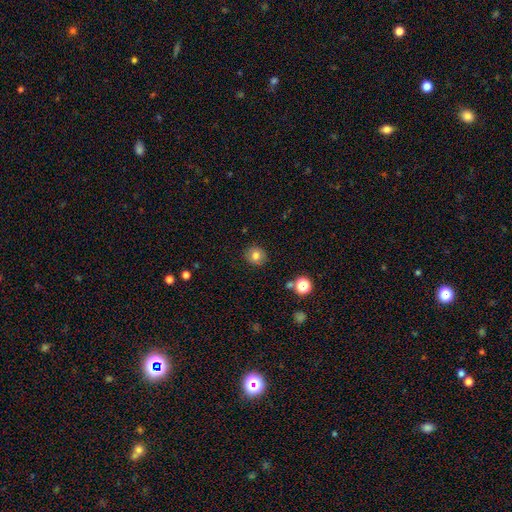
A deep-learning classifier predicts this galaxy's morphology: type=smooth (79%); roundness=round (85%); merging=none (89%).